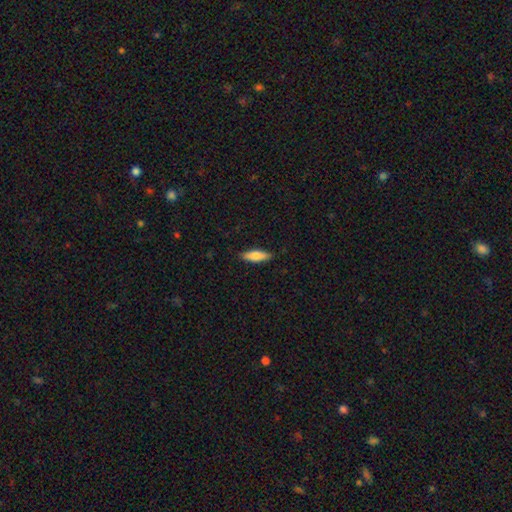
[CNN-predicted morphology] Smooth or featured: smooth — 74% (featured or disk — 20%)
How rounded: cigar-shaped — 51% (in between — 47%)
Merging: none — 87% (minor disturbance — 10%)